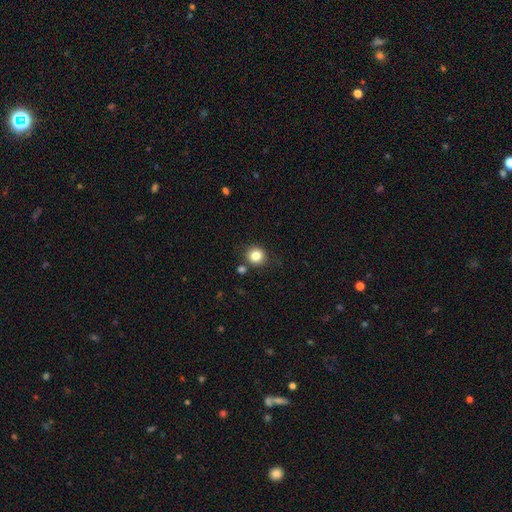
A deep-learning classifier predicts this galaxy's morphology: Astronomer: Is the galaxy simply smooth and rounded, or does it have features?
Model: smooth — 83%.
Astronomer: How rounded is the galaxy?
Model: round — 90%.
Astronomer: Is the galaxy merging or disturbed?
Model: none — 83%.